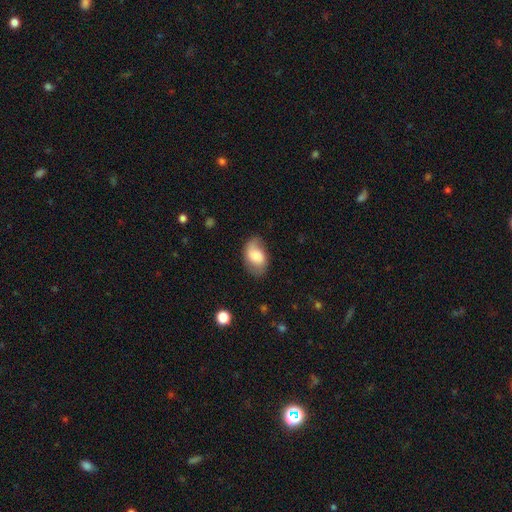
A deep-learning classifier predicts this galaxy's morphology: Q: Smooth or featured?
A: smooth (61%); runner-up: featured or disk (32%)
Q: How rounded?
A: in between (88%); runner-up: round (10%)
Q: Merging?
A: none (65%); runner-up: minor disturbance (25%)